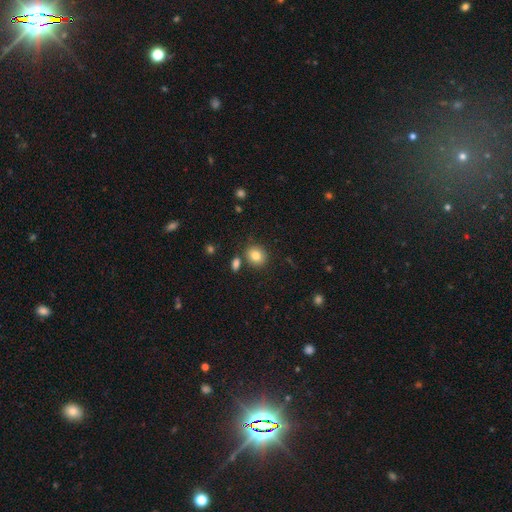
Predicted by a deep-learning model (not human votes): smooth_or_featured: smooth (p=0.82) [alt: star or artifact p=0.10]
how_rounded: round (p=0.70) [alt: in between p=0.29]
merging: none (p=0.79) [alt: minor disturbance p=0.09]